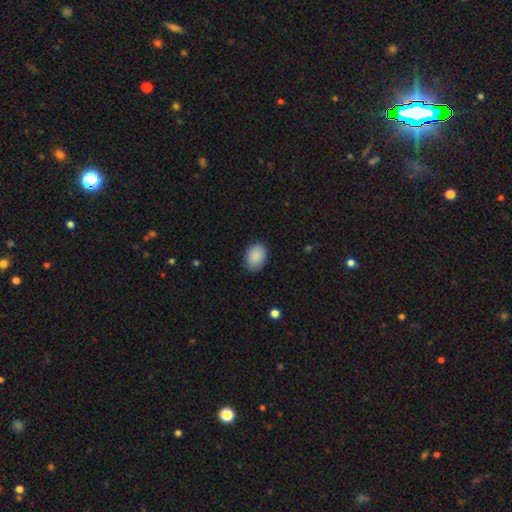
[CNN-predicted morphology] type=smooth (90%); roundness=in between (69%); merging=none (86%).